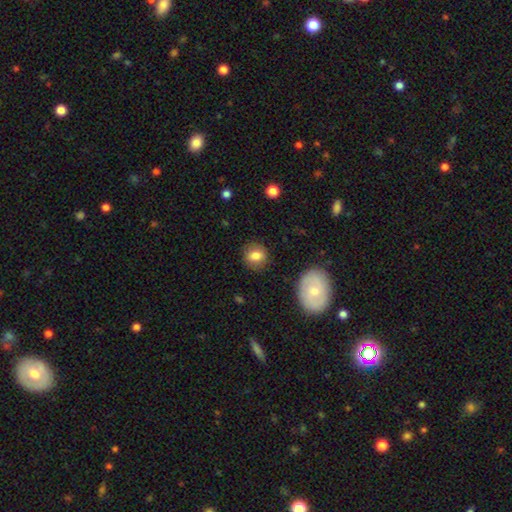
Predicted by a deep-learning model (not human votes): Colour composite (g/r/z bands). It shows a smooth galaxy with no disk features (80%) that is round (74%). Merging: none (85%).